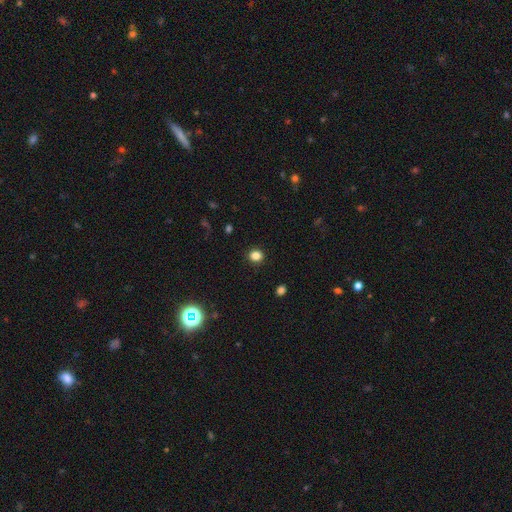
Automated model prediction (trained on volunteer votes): smooth-or-featured: smooth: 83% | star or artifact: 12% | featured or disk: 4%
  how-rounded: round: 81% | in between: 18% | cigar-shaped: 1%
  merging: none: 91% | minor disturbance: 6% | major disturbance: 2% | merger: 1%